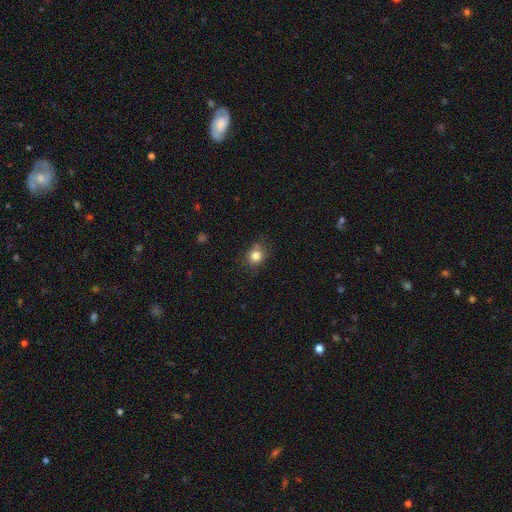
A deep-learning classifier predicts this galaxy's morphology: Overall: smooth (81%). How rounded: round (76%). Merging: none (77%).